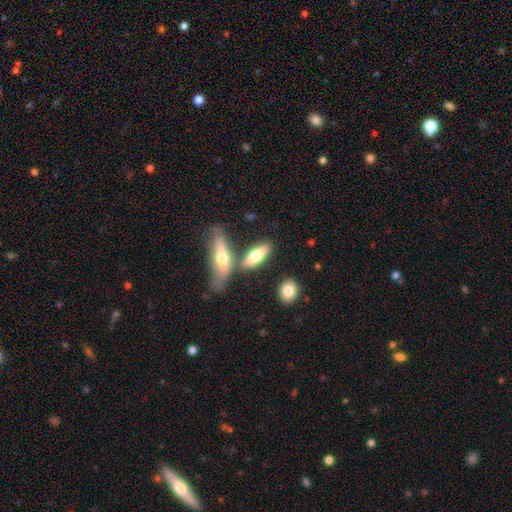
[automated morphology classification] The model was most divided on "how rounded": in between: 55%, cigar-shaped: 41%, round: 3%. More confident: merging — none (58%); smooth or featured — smooth (58%).